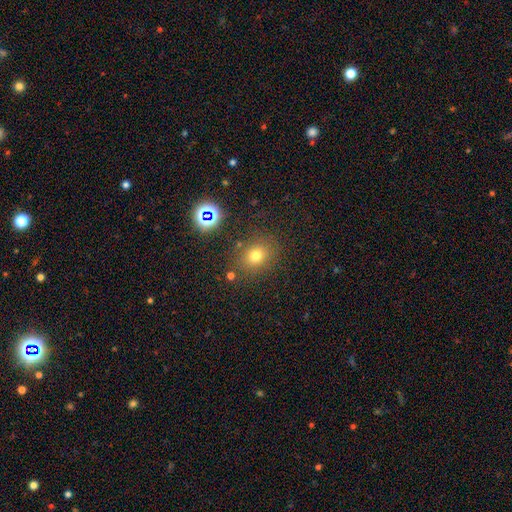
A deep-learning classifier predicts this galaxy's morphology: smooth_or_featured: smooth (p=0.69) [alt: star or artifact p=0.20]
how_rounded: round (p=0.58) [alt: in between p=0.41]
merging: none (p=0.78) [alt: minor disturbance p=0.12]